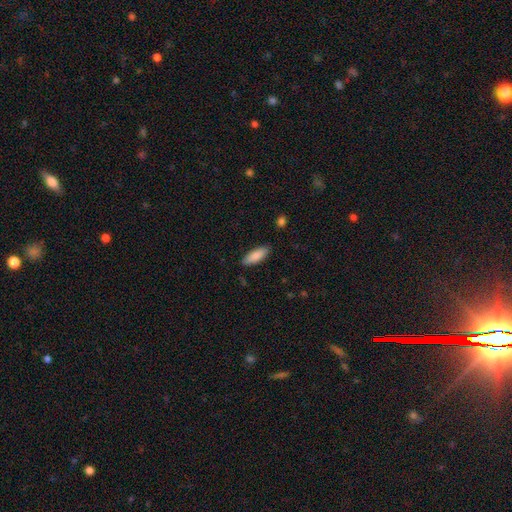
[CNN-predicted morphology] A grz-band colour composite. It shows a smooth galaxy with no disk features (88%) that is in between round and cigar-shaped (67%). Merging: none (87%).